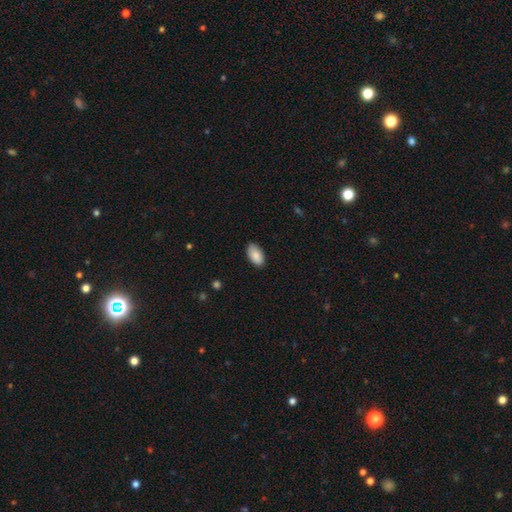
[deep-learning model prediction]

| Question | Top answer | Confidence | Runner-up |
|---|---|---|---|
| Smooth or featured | smooth | 87% | star or artifact (6%) |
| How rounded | in between | 95% | round (3%) |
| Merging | none | 84% | minor disturbance (13%) |